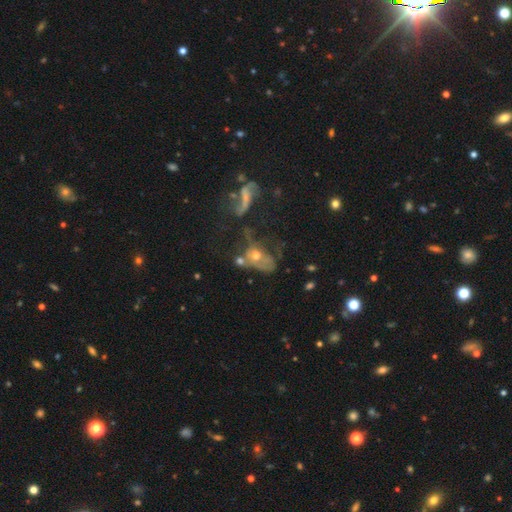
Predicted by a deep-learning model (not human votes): Smooth or featured? Predicted: featured or disk (p=0.52). Edge-on disk? Predicted: no (p=0.92). Merging? Predicted: major disturbance (p=0.34, tied with merger).